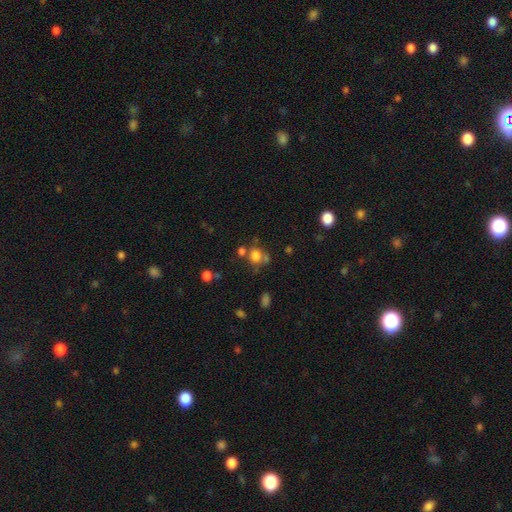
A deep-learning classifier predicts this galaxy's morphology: A smooth galaxy with no disk features (74%) that is round (66%). Merging: none (51%).